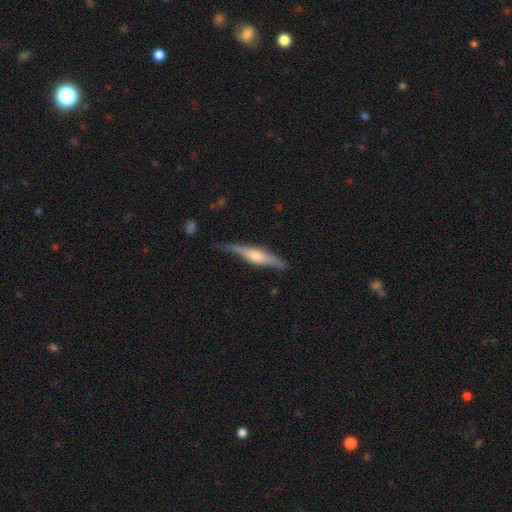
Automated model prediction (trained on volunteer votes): Q: Smooth or featured?
A: featured or disk (64%); runner-up: smooth (31%)
Q: Edge-on disk?
A: yes (93%); runner-up: no (7%)
Q: Edge-on bulge?
A: rounded (83%); runner-up: boxy (11%)
Q: Merging?
A: none (70%); runner-up: minor disturbance (22%)